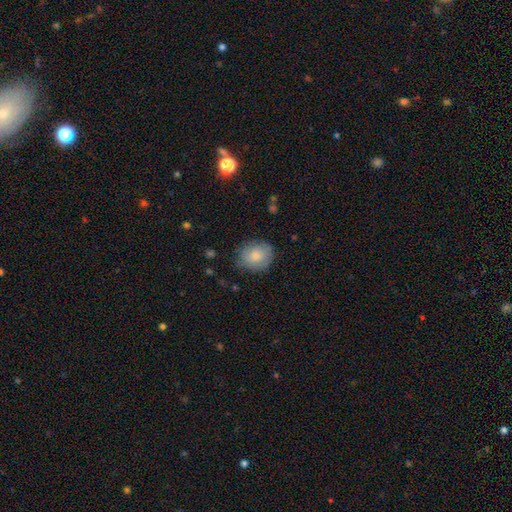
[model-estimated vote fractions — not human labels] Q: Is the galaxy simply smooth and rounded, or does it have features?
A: smooth — 78%.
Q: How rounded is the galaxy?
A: round — 76%.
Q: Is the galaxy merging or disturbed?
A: none — 78%.